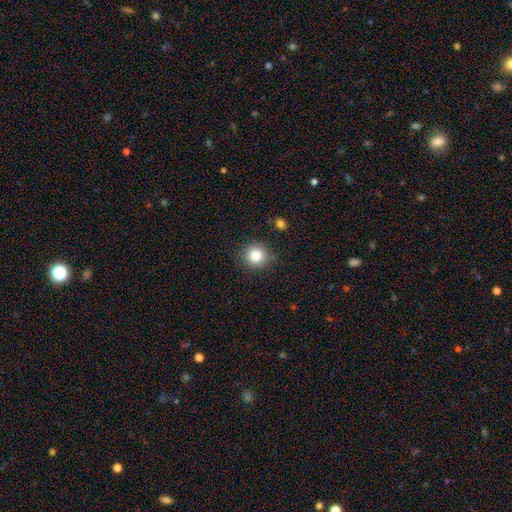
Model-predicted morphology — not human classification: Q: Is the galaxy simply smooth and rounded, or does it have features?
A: smooth — 83%.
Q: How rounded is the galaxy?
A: round — 92%.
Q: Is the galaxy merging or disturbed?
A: none — 87%.